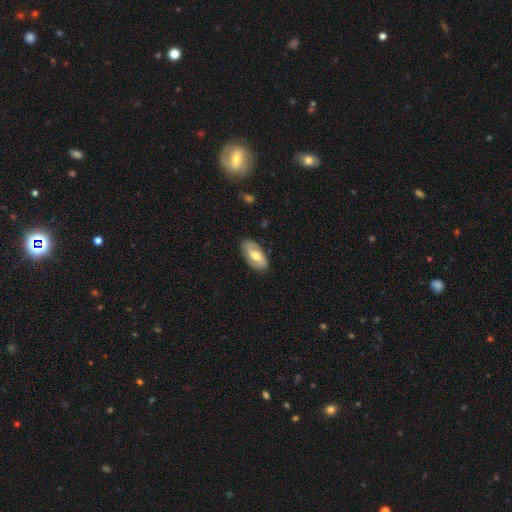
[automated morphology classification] A featured or disk galaxy (56%) with a weak bar (42%), spiral arms (71%) and a moderate central bulge (69%). Merging: none (84%).